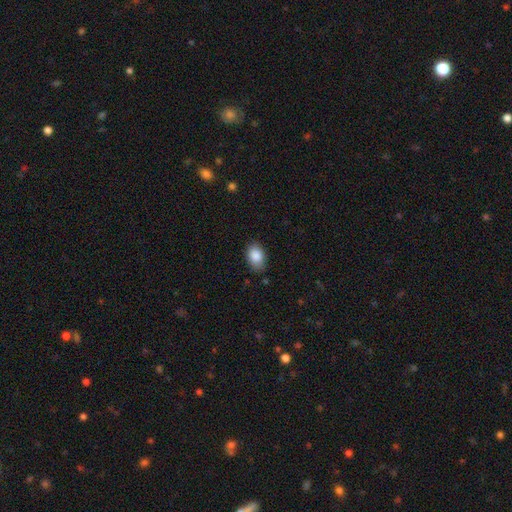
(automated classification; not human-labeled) The model was most divided on "merging": none: 81%, minor disturbance: 15%, major disturbance: 3%, merger: 1%. More confident: smooth or featured — smooth (88%); how rounded — in between (85%).